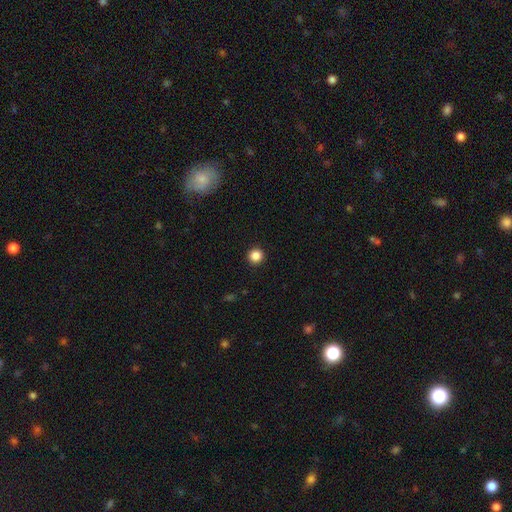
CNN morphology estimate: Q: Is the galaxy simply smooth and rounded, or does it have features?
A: smooth — 86%.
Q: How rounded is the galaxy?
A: round — 95%.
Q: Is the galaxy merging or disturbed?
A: none — 93%.